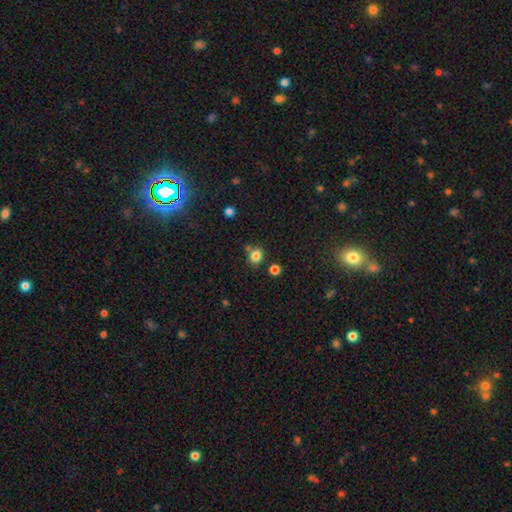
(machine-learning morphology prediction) Q: Smooth or featured?
A: smooth (82%); runner-up: star or artifact (13%)
Q: How rounded?
A: round (75%); runner-up: in between (24%)
Q: Merging?
A: none (75%); runner-up: minor disturbance (11%)